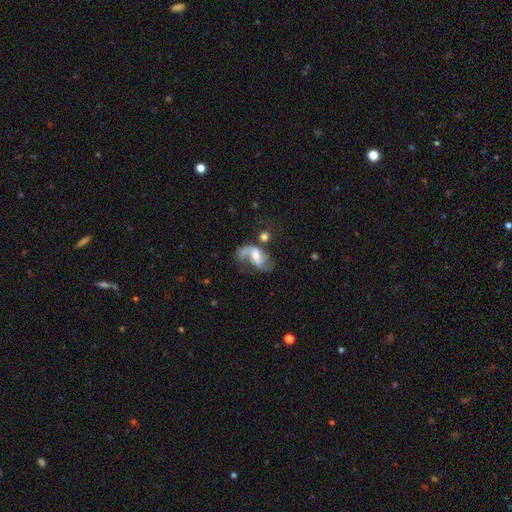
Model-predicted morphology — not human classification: featured or disk 74%, smooth 18%, star or artifact 7%. Down the decision tree: edge-on disk — no (97%); bar — weak (45%); spiral arms — yes (89%); spiral arm count — 2 (70%); spiral winding — loose (55%); bulge size — moderate (57%); merging — none (34%).